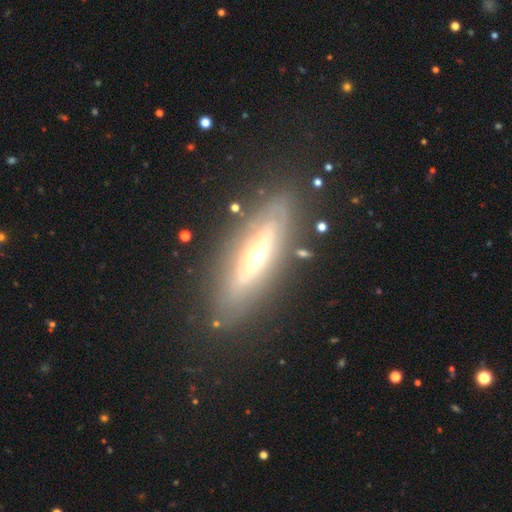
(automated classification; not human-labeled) Morphology: type=featured or disk (68%); edge-on=no (58%); merging=none (79%).